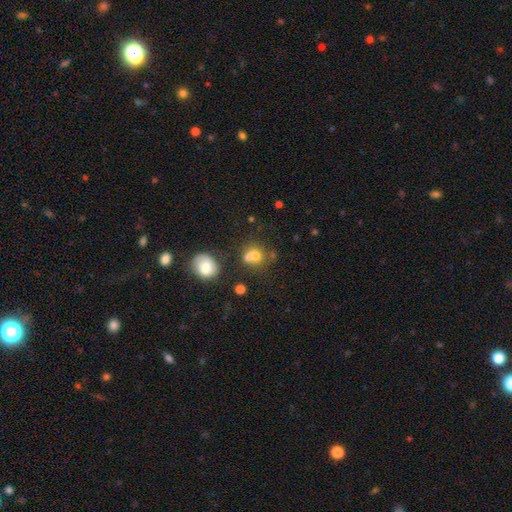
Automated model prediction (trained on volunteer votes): smooth 71%, star or artifact 15%, featured or disk 14%. Down the decision tree: how rounded — round (60%); merging — merger (40%).